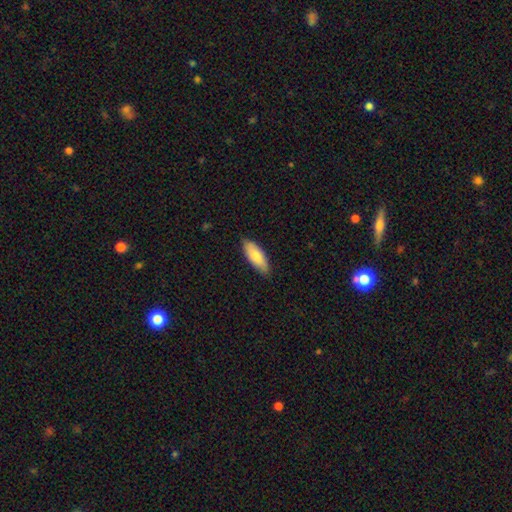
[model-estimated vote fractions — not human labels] Smooth or featured? Predicted: smooth (p=0.82). How rounded? Predicted: in between (p=0.74). Merging? Predicted: none (p=0.82).